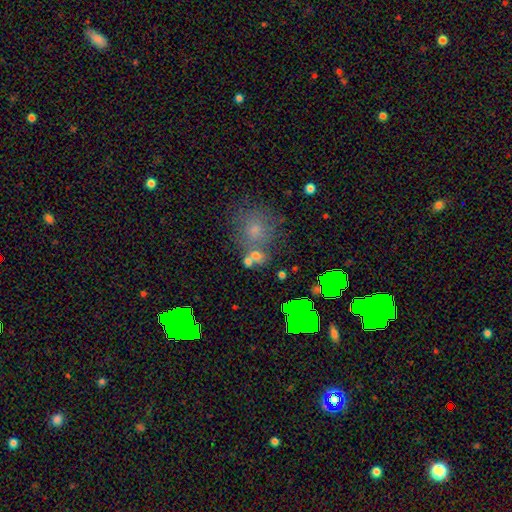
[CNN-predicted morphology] Smooth or featured?
  - smooth: 64% *
  - star or artifact: 22%
  - featured or disk: 14%
How rounded?
  - round: 73% *
  - in between: 26%
  - cigar-shaped: 2%
Merging?
  - none: 49% *
  - merger: 34%
  - minor disturbance: 11%
  - major disturbance: 7%